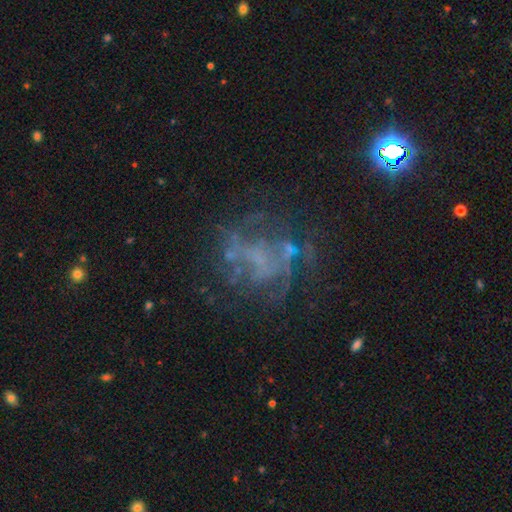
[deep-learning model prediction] Smooth or featured? Predicted: featured or disk (p=0.68). Edge-on disk? Predicted: no (p=0.98). Bar? Predicted: no (p=0.73). Spiral arms? Predicted: yes (p=0.50, tied with no). Bulge size? Predicted: none (p=0.65). Merging? Predicted: none (p=0.55).